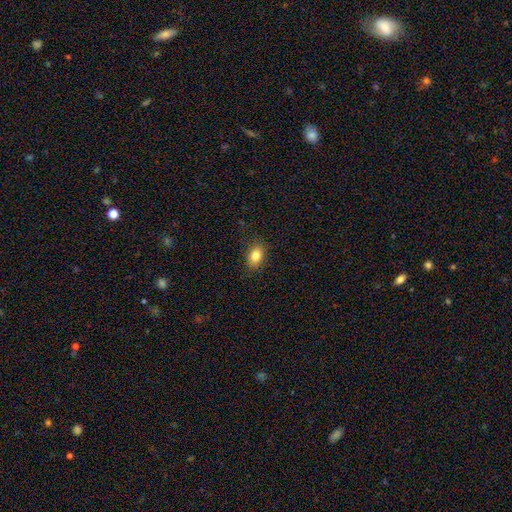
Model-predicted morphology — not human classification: A smooth galaxy with no disk features (83%) that is in between round and cigar-shaped (82%).

Vote fractions:
- Smooth or featured? smooth: 83% / star or artifact: 9% / featured or disk: 8%
- How rounded? in between: 82% / round: 16% / cigar-shaped: 2%
- Merging? none: 87% / minor disturbance: 9% / major disturbance: 2% / merger: 1%